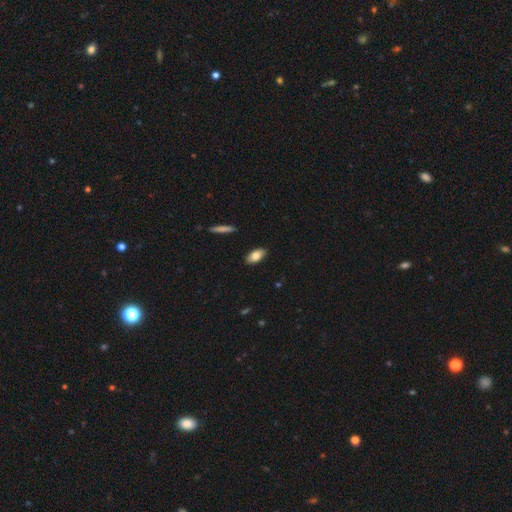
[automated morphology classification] Smooth or featured? smooth (79%)
How rounded? in between (90%)
Merging? none (89%)